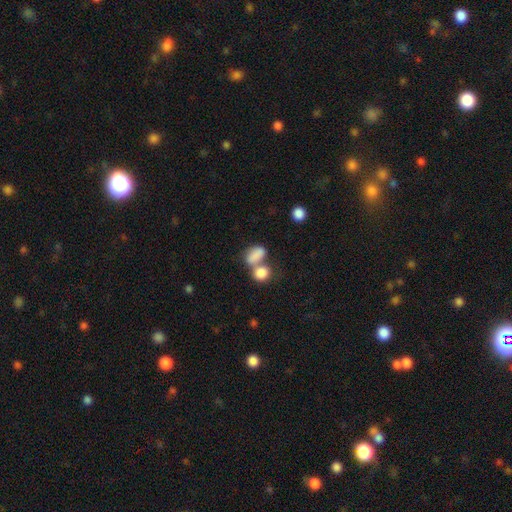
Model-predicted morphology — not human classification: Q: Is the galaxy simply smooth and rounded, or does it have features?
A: smooth — 83%.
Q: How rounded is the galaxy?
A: in between — 83%.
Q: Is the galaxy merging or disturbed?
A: merger — 59%.